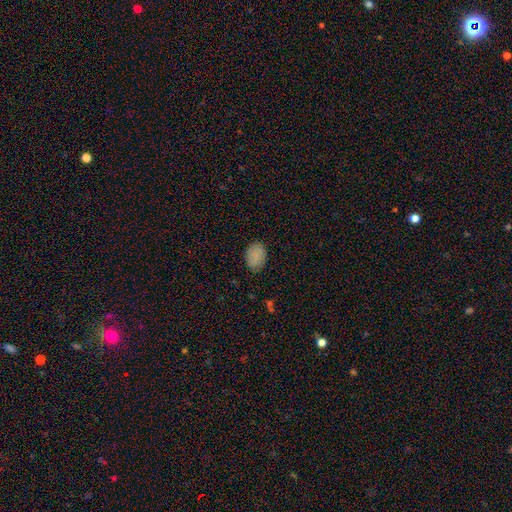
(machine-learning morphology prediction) smooth-or-featured: smooth: 86% | star or artifact: 8% | featured or disk: 6%
  how-rounded: in between: 80% | round: 19% | cigar-shaped: 1%
  merging: none: 83% | minor disturbance: 13% | major disturbance: 3% | merger: 1%